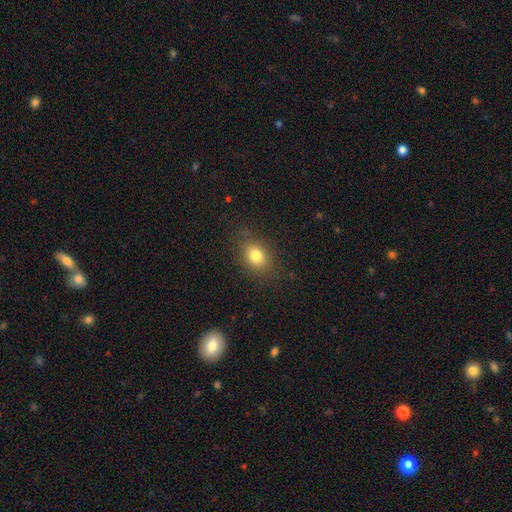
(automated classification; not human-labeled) smooth 79%, star or artifact 12%, featured or disk 9%. Down the decision tree: how rounded — in between (60%); merging — none (82%).